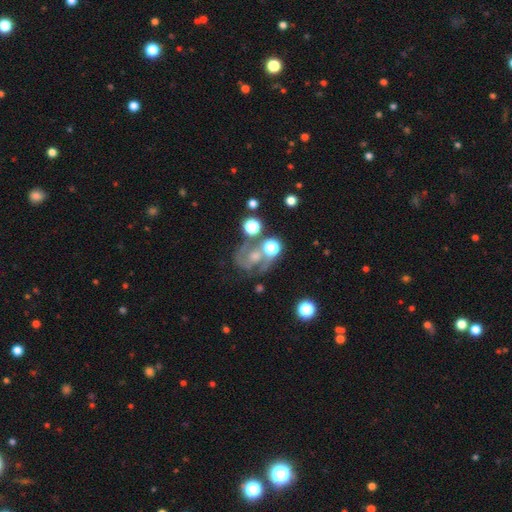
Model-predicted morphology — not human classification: A featured or disk galaxy (62%) with no bar (63%), spiral arms (82%) and a moderate central bulge (42%).

Vote fractions:
- Smooth or featured? featured or disk: 62% / smooth: 20% / star or artifact: 18%
- Edge-on disk? no: 97% / yes: 3%
- Bar? no: 63% / weak: 29% / strong: 8%
- Spiral arms? yes: 82% / no: 18%
- Bulge size? moderate: 42% / small: 37% / none: 10% / large: 8% / dominant: 2%
- Merging? none: 46% / merger: 18% / major disturbance: 18% / minor disturbance: 17%